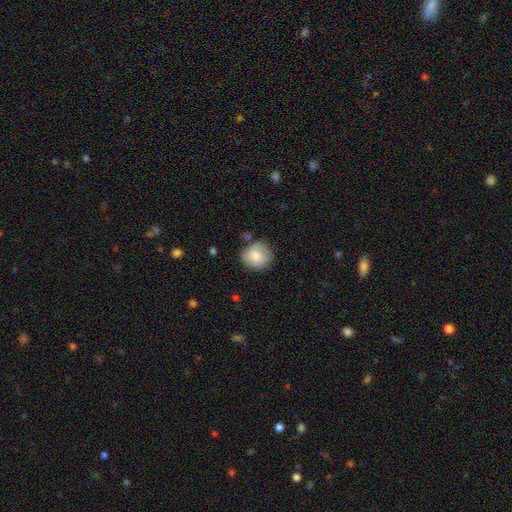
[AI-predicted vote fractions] This appears to be a smooth galaxy with no disk features (79%) that is round (87%). Merging: none (72%).